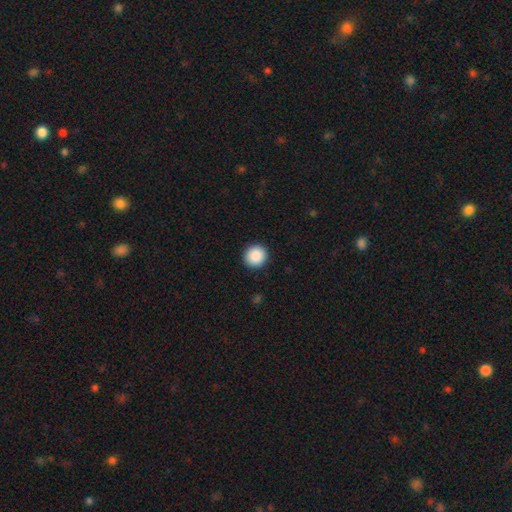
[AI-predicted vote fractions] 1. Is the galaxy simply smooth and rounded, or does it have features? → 89% smooth, 8% star or artifact, 3% featured or disk.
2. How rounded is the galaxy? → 94% round, 5% in between, 1% cigar-shaped.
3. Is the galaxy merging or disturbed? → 93% none, 5% minor disturbance, 2% major disturbance, 1% merger.